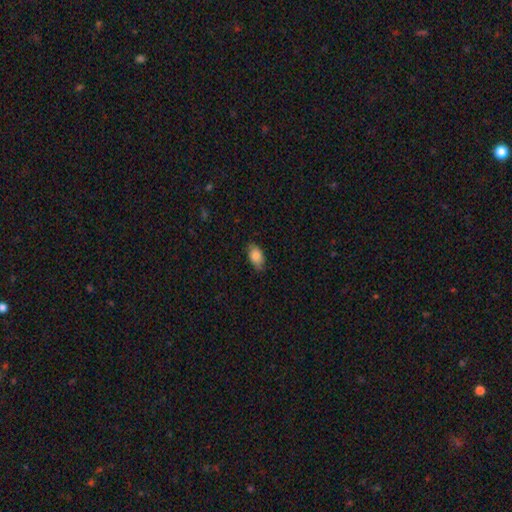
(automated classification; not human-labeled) smooth_or_featured: smooth (p=0.83) [alt: featured or disk p=0.10]
how_rounded: in between (p=0.91) [alt: round p=0.06]
merging: none (p=0.76) [alt: minor disturbance p=0.20]